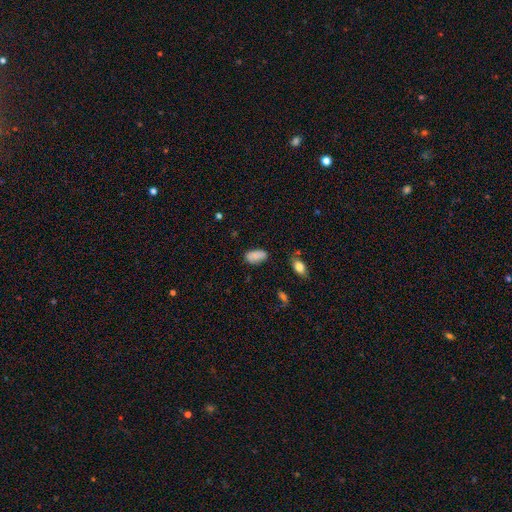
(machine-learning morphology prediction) Smooth or featured?
  - smooth: 86% *
  - star or artifact: 8%
  - featured or disk: 5%
How rounded?
  - in between: 93% *
  - round: 4%
  - cigar-shaped: 3%
Merging?
  - none: 76% *
  - minor disturbance: 18%
  - major disturbance: 4%
  - merger: 2%